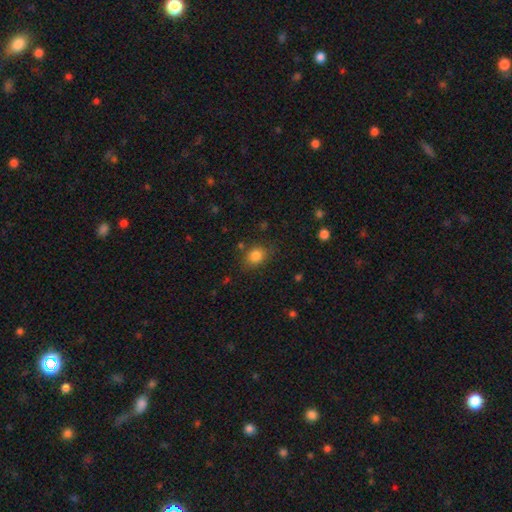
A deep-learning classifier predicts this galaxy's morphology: This appears to be a smooth galaxy with no disk features (83%) that is round (56%). Merging: none (78%).